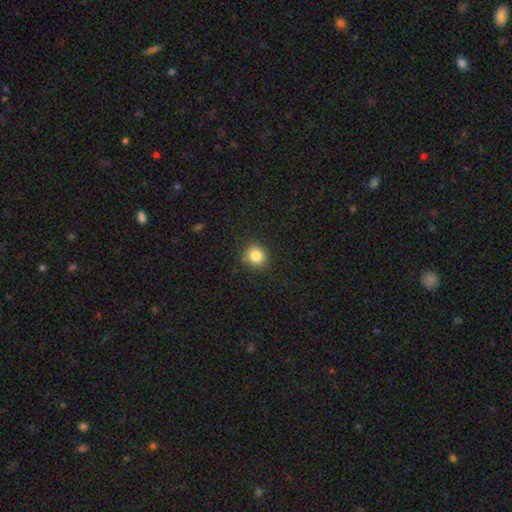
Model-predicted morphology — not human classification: smooth_or_featured: smooth (p=0.84) [alt: star or artifact p=0.11]
how_rounded: round (p=0.84) [alt: in between p=0.15]
merging: none (p=0.86) [alt: minor disturbance p=0.10]